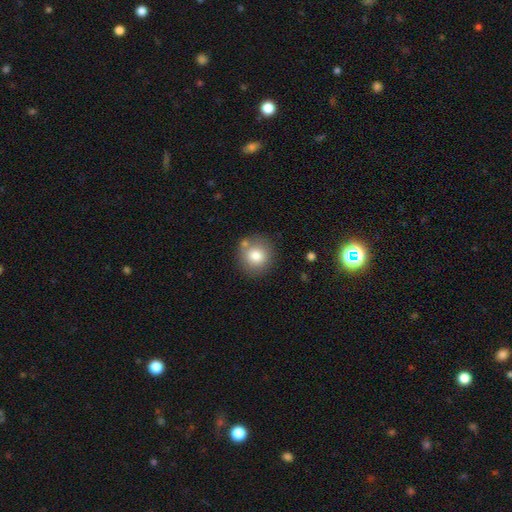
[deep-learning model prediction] smooth_or_featured: smooth (p=0.79) [alt: featured or disk p=0.11]
how_rounded: round (p=0.90) [alt: in between p=0.09]
merging: none (p=0.77) [alt: minor disturbance p=0.11]